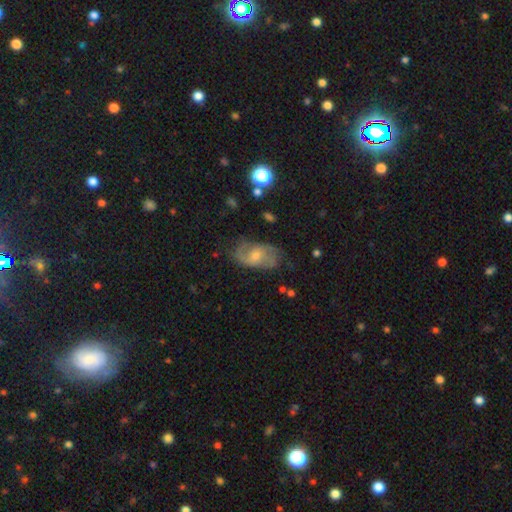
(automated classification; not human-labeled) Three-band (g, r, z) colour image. It shows a featured or disk galaxy (69%) with no bar (60%), 2 (66%) medium (44%) spiral arms (88%) and a small central bulge (51%). Merging: none (67%).